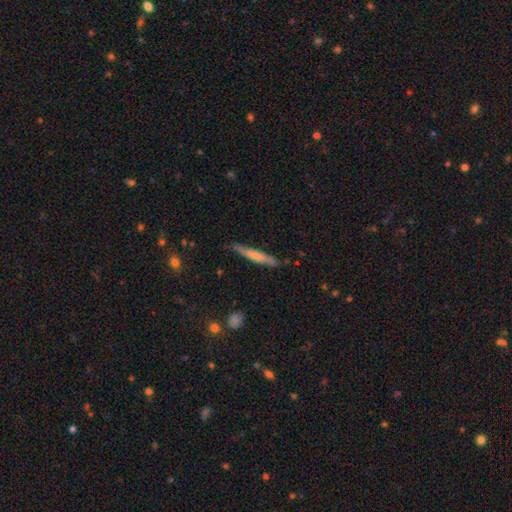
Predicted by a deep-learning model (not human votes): Smooth or featured: smooth — 57% (featured or disk — 37%)
How rounded: cigar-shaped — 93% (in between — 6%)
Merging: none — 77% (minor disturbance — 18%)